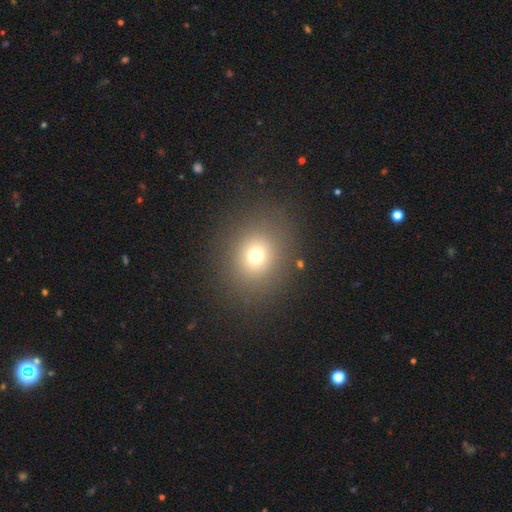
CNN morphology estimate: A smooth galaxy with no disk features (71%) that is round (78%).

Vote fractions:
- Smooth or featured? smooth: 71% / star or artifact: 19% / featured or disk: 10%
- How rounded? round: 78% / in between: 21% / cigar-shaped: 1%
- Merging? none: 85% / minor disturbance: 8% / major disturbance: 5% / merger: 2%